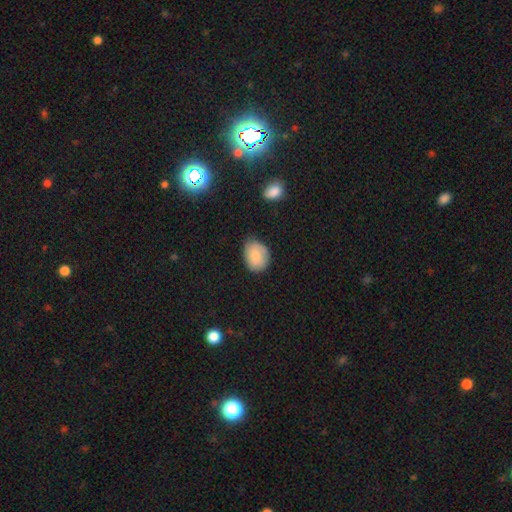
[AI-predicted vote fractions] A smooth galaxy with no disk features (79%) that is in between round and cigar-shaped (62%).

Vote fractions:
- Smooth or featured? smooth: 79% / featured or disk: 14% / star or artifact: 7%
- How rounded? in between: 62% / round: 37% / cigar-shaped: 1%
- Merging? none: 69% / minor disturbance: 25% / major disturbance: 4% / merger: 2%